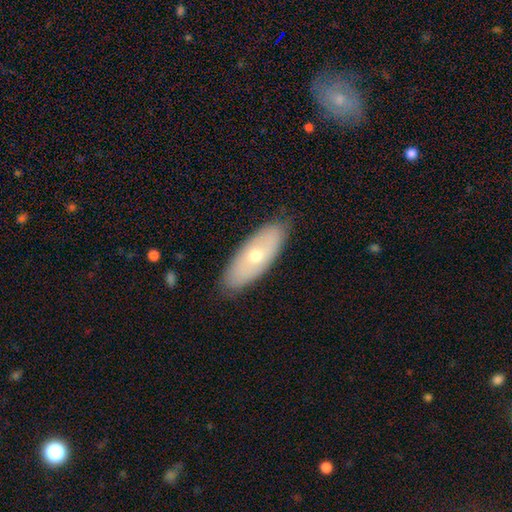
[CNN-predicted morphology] This appears to be a smooth galaxy with no disk features (57%) that is in between round and cigar-shaped (78%). Merging: none (84%).